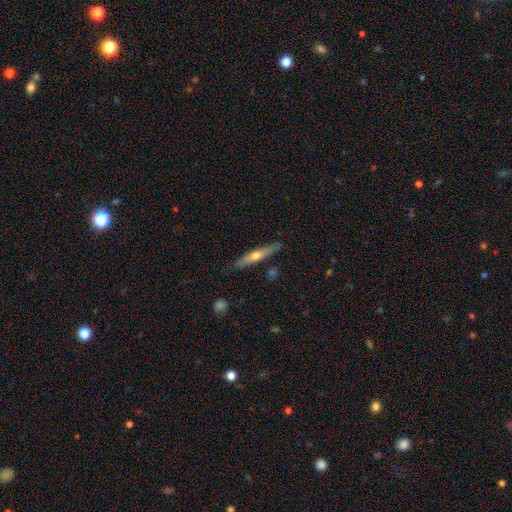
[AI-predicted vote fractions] This is possibly a featured or disk galaxy (54%). It is clearly viewed edge-on (91%). Merging: clearly none (87%).